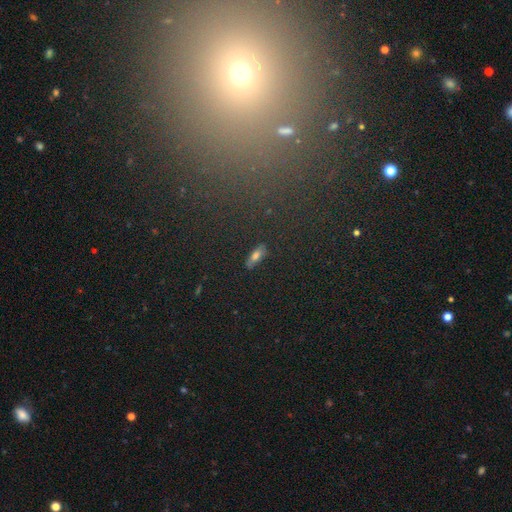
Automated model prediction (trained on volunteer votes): The model was most divided on "how rounded": in between: 67%, cigar-shaped: 29%, round: 5%. More confident: merging — none (85%); smooth or featured — smooth (69%).